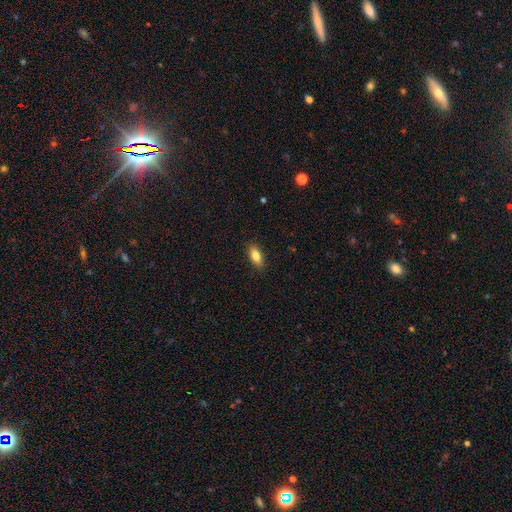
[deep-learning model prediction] smooth-or-featured: smooth: 83% | featured or disk: 10% | star or artifact: 7%
  how-rounded: in between: 83% | cigar-shaped: 14% | round: 3%
  merging: none: 89% | minor disturbance: 9% | major disturbance: 2% | merger: 1%